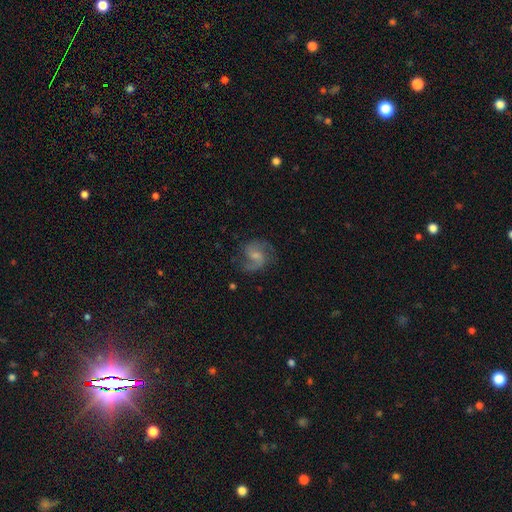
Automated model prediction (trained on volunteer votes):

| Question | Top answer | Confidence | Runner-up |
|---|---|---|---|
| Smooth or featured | featured or disk | 76% | smooth (17%) |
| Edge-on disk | no | 98% | yes (2%) |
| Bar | weak | 51% | no (38%) |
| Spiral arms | yes | 94% | no (6%) |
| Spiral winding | medium | 49% | loose (39%) |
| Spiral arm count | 2 | 84% | 1 (5%) |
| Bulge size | small | 43% | moderate (34%) |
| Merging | none | 67% | minor disturbance (19%) |